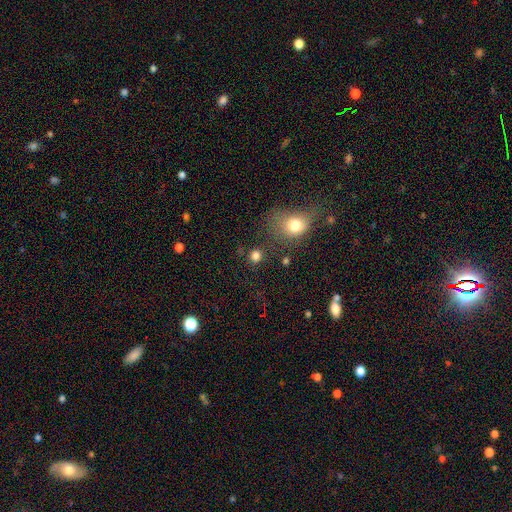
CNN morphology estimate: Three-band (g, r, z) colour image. It shows a smooth galaxy with no disk features (80%) that is round (85%). Merging: none (77%).